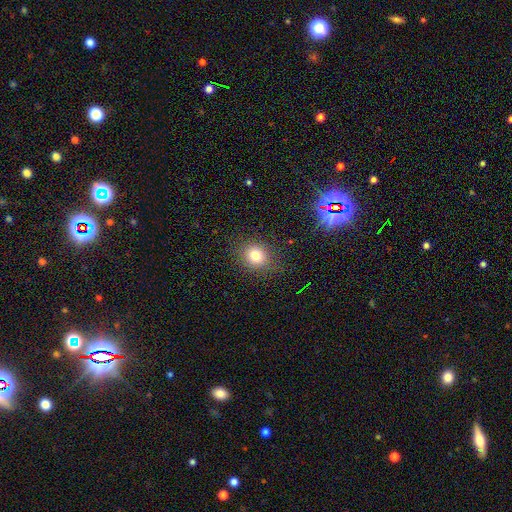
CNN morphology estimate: type=smooth (78%); roundness=round (69%); merging=none (84%).